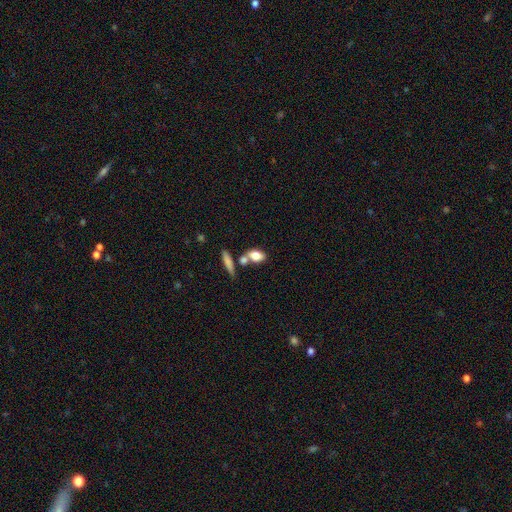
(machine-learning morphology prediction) This is likely a smooth galaxy (79%). How rounded: likely in between (78%). Merging: possibly none (50%).